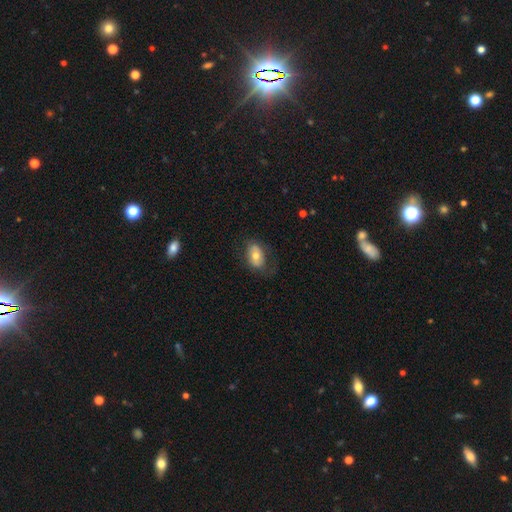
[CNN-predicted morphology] type=smooth (63%); roundness=in between (86%); merging=none (68%).